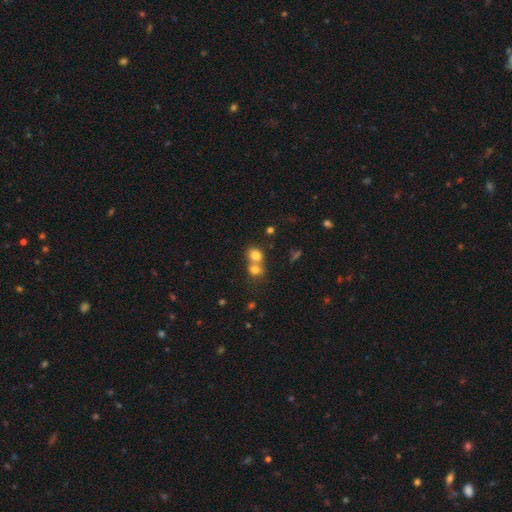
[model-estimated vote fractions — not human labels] Smooth or featured?
  - smooth: 77% *
  - star or artifact: 11%
  - featured or disk: 11%
How rounded?
  - round: 68% *
  - in between: 31%
  - cigar-shaped: 1%
Merging?
  - merger: 61% *
  - none: 31%
  - minor disturbance: 6%
  - major disturbance: 3%